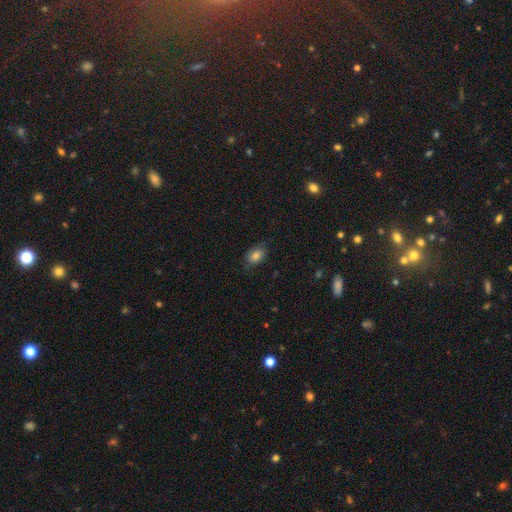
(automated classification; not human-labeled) A smooth galaxy with no disk features (82%) that is in between round and cigar-shaped (72%). Merging: none (71%).